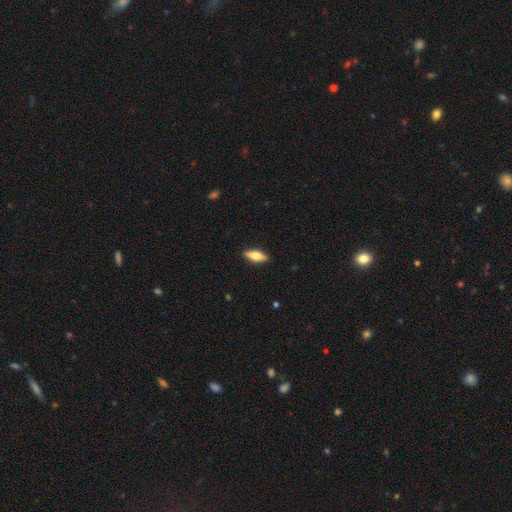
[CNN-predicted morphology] Smooth or featured: smooth — 71% (featured or disk — 23%)
How rounded: in between — 65% (cigar-shaped — 33%)
Merging: none — 89% (minor disturbance — 8%)